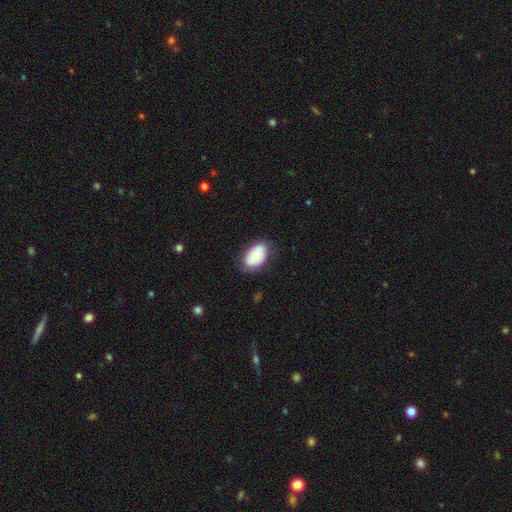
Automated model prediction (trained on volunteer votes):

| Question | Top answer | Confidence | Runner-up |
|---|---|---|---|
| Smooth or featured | smooth | 70% | featured or disk (24%) |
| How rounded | in between | 90% | round (9%) |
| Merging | none | 72% | minor disturbance (21%) |